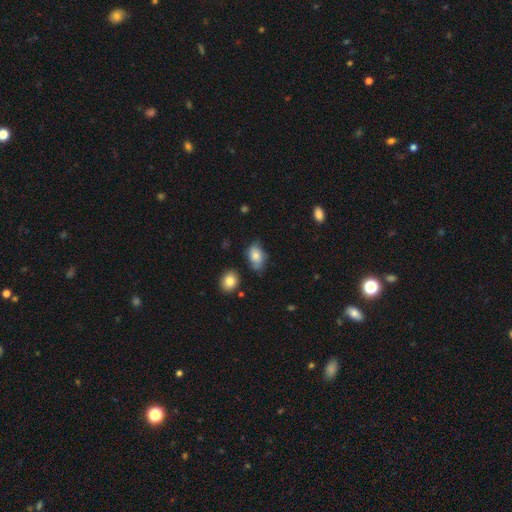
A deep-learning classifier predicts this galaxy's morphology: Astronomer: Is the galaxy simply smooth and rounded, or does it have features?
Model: smooth — 77%.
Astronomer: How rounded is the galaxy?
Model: in between — 86%.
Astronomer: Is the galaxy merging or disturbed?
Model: none — 60%.